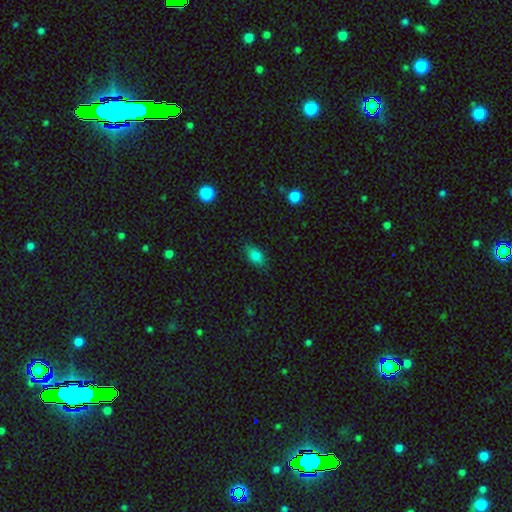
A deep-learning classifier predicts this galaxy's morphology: Smooth or featured?
  - smooth: 81% *
  - featured or disk: 10%
  - star or artifact: 9%
How rounded?
  - in between: 87% *
  - round: 7%
  - cigar-shaped: 6%
Merging?
  - none: 81% *
  - minor disturbance: 15%
  - major disturbance: 3%
  - merger: 1%